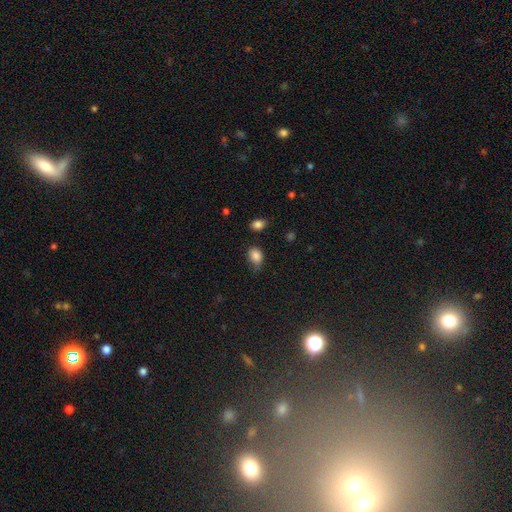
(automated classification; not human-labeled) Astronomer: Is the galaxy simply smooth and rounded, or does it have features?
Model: smooth — 84%.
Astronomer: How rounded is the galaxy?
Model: in between — 65%.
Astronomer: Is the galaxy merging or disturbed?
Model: none — 51% (runner-up: minor disturbance, 37%).